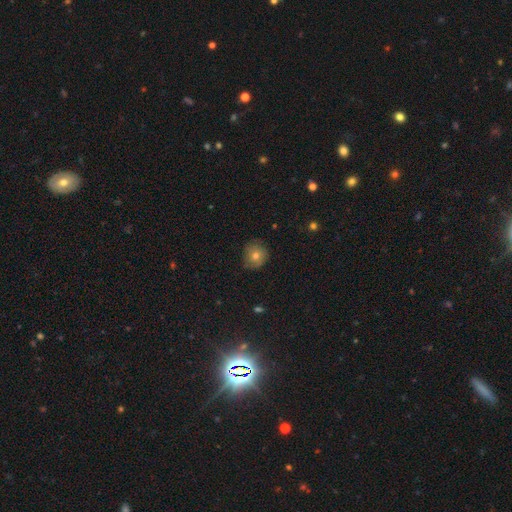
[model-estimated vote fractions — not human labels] Overall: smooth (71%). How rounded: round (87%). Merging: none (75%).